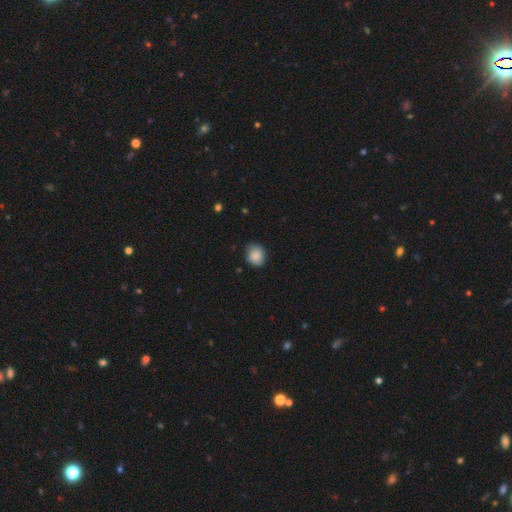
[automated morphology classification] smooth_or_featured: smooth (p=0.86) [alt: star or artifact p=0.08]
how_rounded: round (p=0.71) [alt: in between p=0.28]
merging: none (p=0.74) [alt: minor disturbance p=0.21]